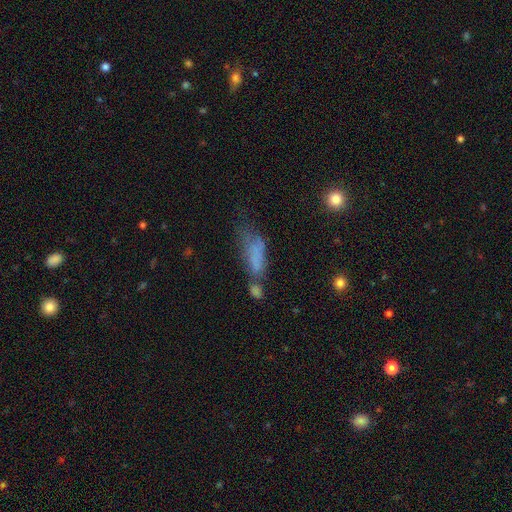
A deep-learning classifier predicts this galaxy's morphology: This is likely a smooth galaxy (61%). How rounded: possibly in between (59%). Merging: marginally major disturbance (29%).